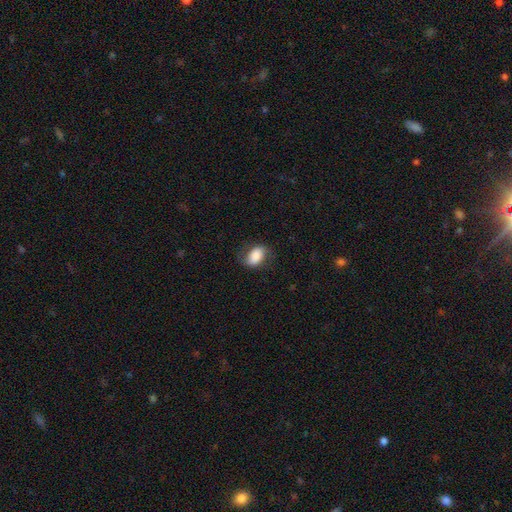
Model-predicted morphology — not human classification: Smooth or featured: smooth — 72% (featured or disk — 20%)
How rounded: in between — 83% (round — 15%)
Merging: none — 69% (minor disturbance — 21%)